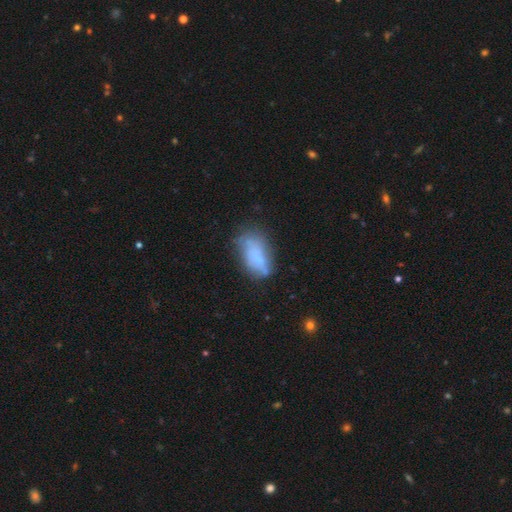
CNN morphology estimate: smooth-or-featured: smooth: 64% | featured or disk: 25% | star or artifact: 11%
  how-rounded: in between: 87% | cigar-shaped: 8% | round: 4%
  merging: none: 49% | minor disturbance: 30% | major disturbance: 15% | merger: 5%